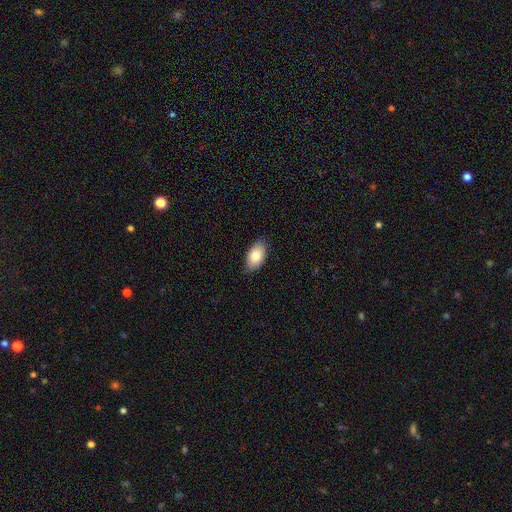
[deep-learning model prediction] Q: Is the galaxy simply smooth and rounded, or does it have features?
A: smooth — 79%.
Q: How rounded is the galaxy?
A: in between — 93%.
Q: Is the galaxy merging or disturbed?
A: none — 84%.